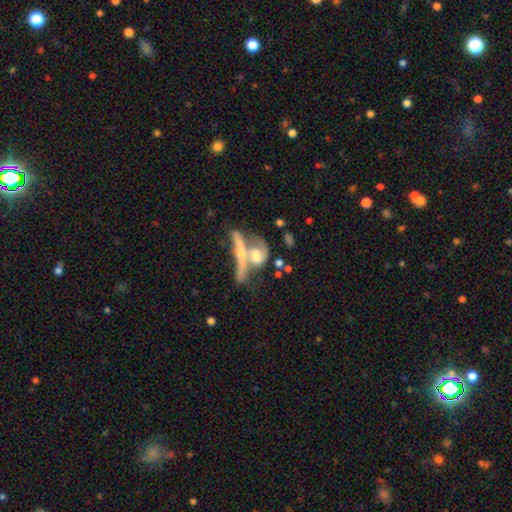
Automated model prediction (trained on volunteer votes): Overall: featured or disk (60%; smooth 31%). Edge-on disk: no (65%; yes 35%). Merging: merger (60%; none 21%).